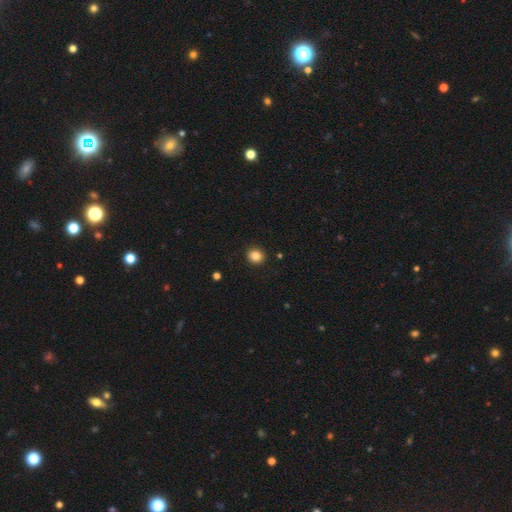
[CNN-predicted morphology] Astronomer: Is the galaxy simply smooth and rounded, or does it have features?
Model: smooth — 84%.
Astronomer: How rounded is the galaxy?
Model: round — 79%.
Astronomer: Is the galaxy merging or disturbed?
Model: none — 92%.